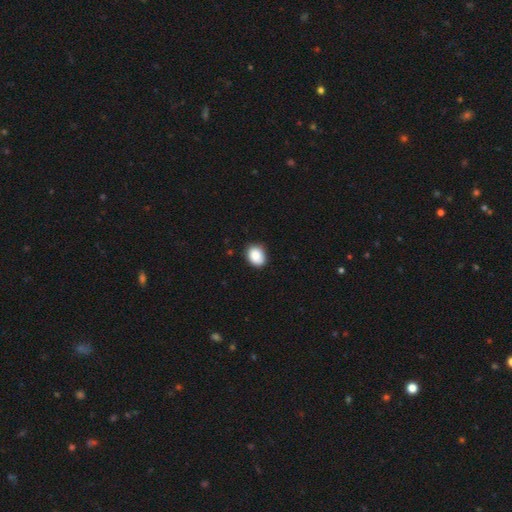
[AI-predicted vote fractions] Q: Smooth or featured?
A: smooth (88%); runner-up: star or artifact (8%)
Q: How rounded?
A: in between (60%); runner-up: round (39%)
Q: Merging?
A: none (79%); runner-up: minor disturbance (17%)